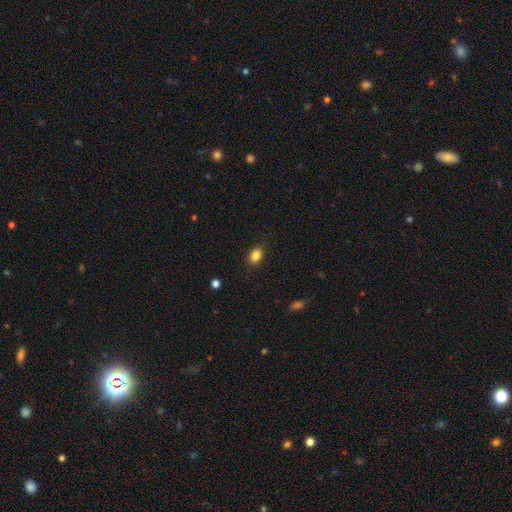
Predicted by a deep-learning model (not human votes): smooth-or-featured: smooth: 86% | star or artifact: 9% | featured or disk: 5%
  how-rounded: in between: 80% | round: 18% | cigar-shaped: 2%
  merging: none: 87% | minor disturbance: 9% | major disturbance: 2% | merger: 1%